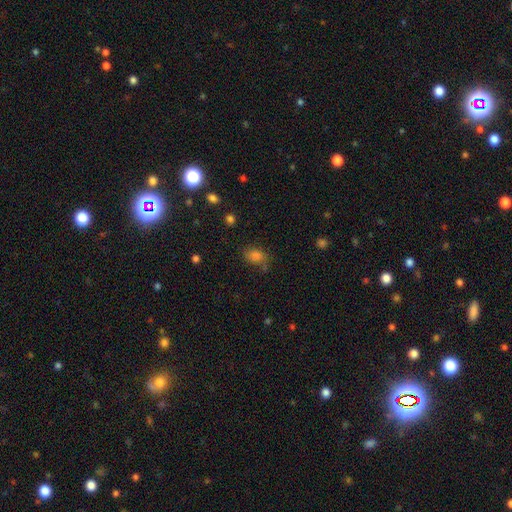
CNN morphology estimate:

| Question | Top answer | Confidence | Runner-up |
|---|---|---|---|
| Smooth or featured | smooth | 73% | star or artifact (19%) |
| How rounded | in between | 73% | round (25%) |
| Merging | none | 68% | minor disturbance (19%) |